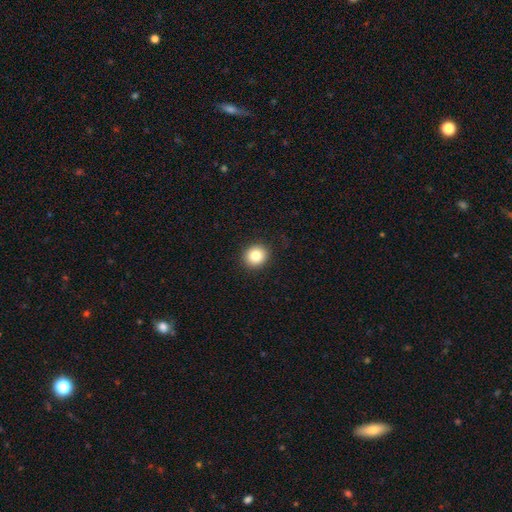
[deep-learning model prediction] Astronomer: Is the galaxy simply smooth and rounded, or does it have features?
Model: smooth — 82%.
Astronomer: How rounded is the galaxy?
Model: round — 86%.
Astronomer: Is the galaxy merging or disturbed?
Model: none — 91%.